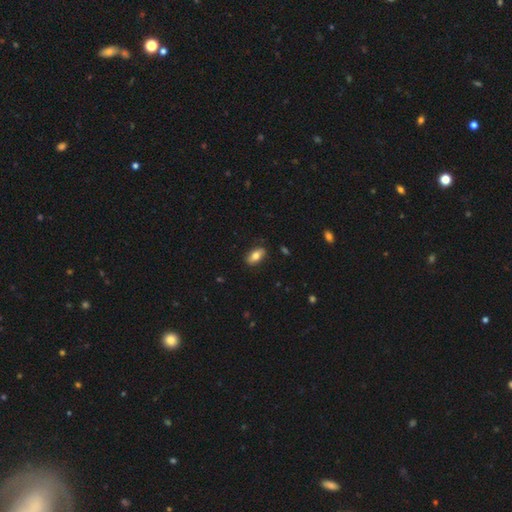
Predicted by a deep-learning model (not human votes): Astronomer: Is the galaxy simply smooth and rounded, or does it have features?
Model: smooth — 74%.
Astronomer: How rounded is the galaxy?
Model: in between — 87%.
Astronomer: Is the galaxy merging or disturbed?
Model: none — 84%.